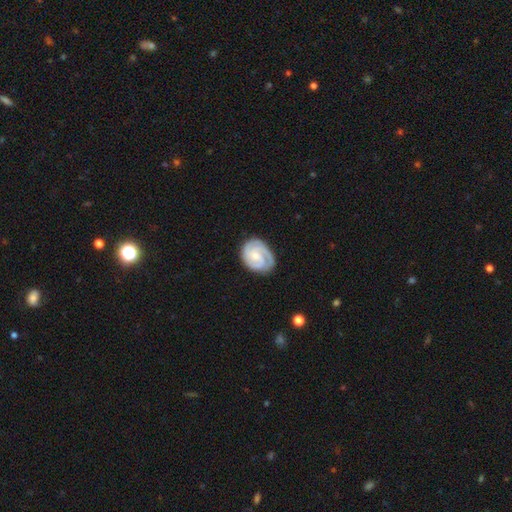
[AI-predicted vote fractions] This is clearly a featured or disk galaxy (87%). It is clearly not viewed edge-on (98%). Bar: possibly no (59%). Spiral arm pattern: clearly yes (98%). Spiral arm count: possibly 2 (49%). Spiral winding: likely tight (70%). Central bulge: possibly small (56%). Merging: likely none (78%).